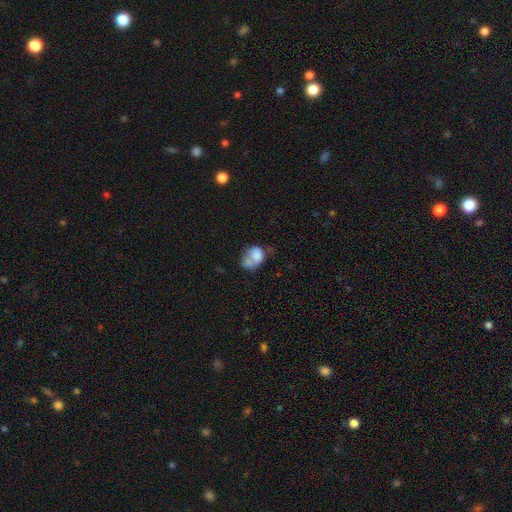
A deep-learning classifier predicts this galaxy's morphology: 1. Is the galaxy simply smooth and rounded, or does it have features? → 70% smooth, 21% featured or disk, 9% star or artifact.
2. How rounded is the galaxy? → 58% in between, 41% round, 1% cigar-shaped.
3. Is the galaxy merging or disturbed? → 47% merger, 23% none, 17% minor disturbance, 13% major disturbance.